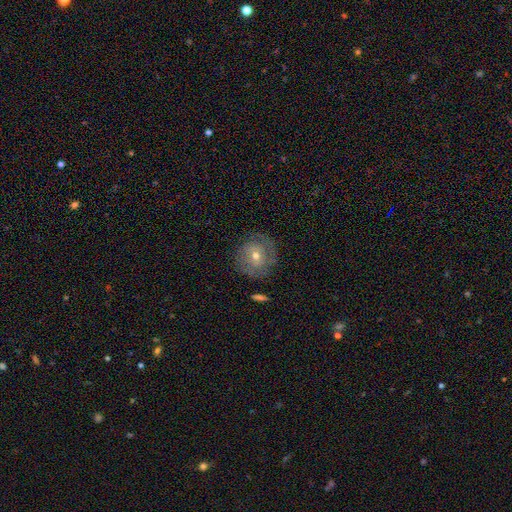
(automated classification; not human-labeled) Q: Smooth or featured?
A: featured or disk (54%); runner-up: smooth (37%)
Q: Edge-on disk?
A: no (96%); runner-up: yes (4%)
Q: Bar?
A: no (80%); runner-up: weak (16%)
Q: Spiral arms?
A: yes (62%); runner-up: no (38%)
Q: Bulge size?
A: moderate (55%); runner-up: small (40%)
Q: Merging?
A: none (77%); runner-up: minor disturbance (15%)